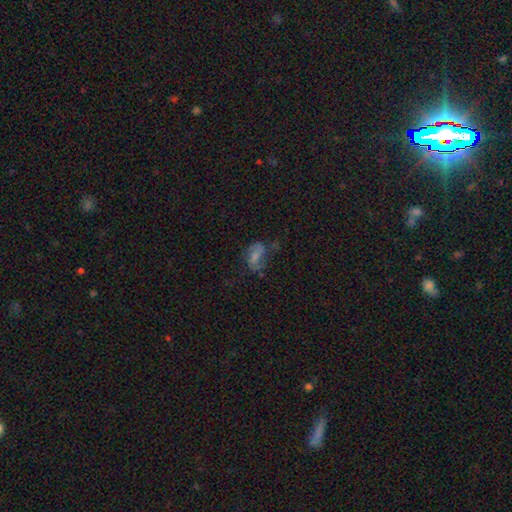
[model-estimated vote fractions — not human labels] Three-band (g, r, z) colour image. It shows a smooth galaxy with no disk features (45%). Merging: none (45%).